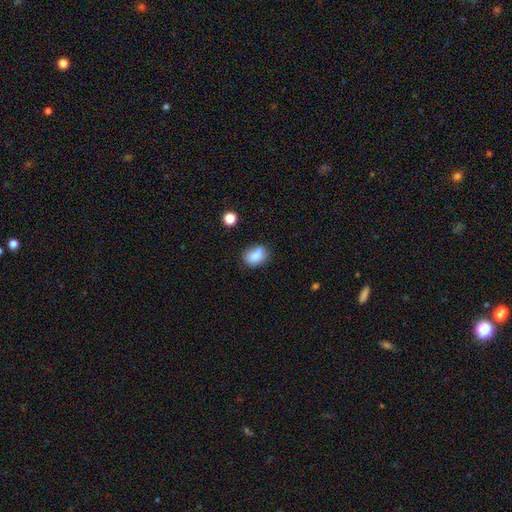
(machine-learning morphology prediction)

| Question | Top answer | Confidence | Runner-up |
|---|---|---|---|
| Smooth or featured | smooth | 80% | featured or disk (11%) |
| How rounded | in between | 63% | round (35%) |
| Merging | none | 60% | minor disturbance (24%) |